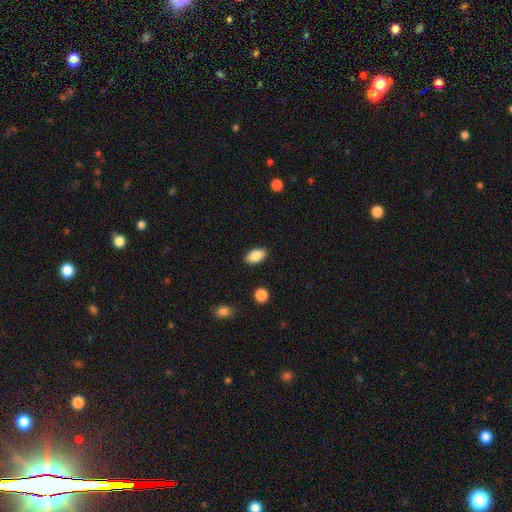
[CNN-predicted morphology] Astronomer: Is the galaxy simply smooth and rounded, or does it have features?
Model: smooth — 85%.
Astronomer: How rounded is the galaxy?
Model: in between — 92%.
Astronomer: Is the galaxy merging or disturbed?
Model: none — 88%.